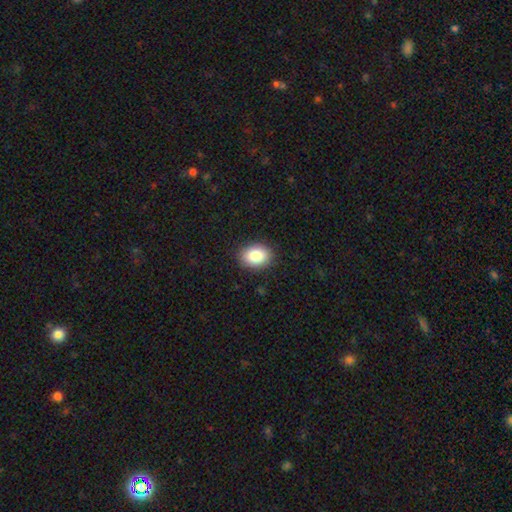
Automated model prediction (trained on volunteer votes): smooth-or-featured: smooth: 87% | star or artifact: 8% | featured or disk: 6%
  how-rounded: in between: 74% | round: 25% | cigar-shaped: 1%
  merging: none: 89% | minor disturbance: 8% | major disturbance: 2% | merger: 1%